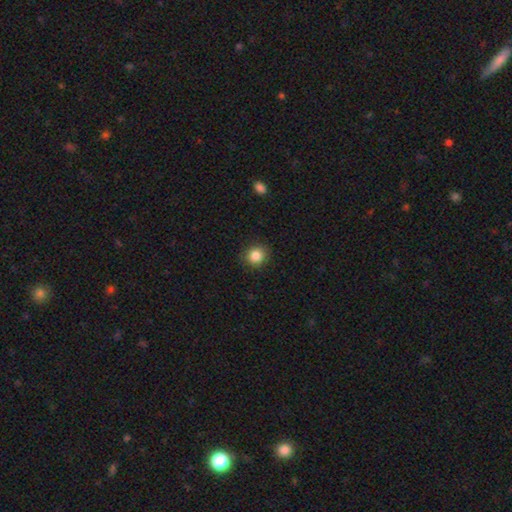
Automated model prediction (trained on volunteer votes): Smooth or featured?
  - smooth: 85% *
  - star or artifact: 10%
  - featured or disk: 5%
How rounded?
  - round: 87% *
  - in between: 12%
  - cigar-shaped: 1%
Merging?
  - none: 89% *
  - minor disturbance: 8%
  - major disturbance: 2%
  - merger: 1%